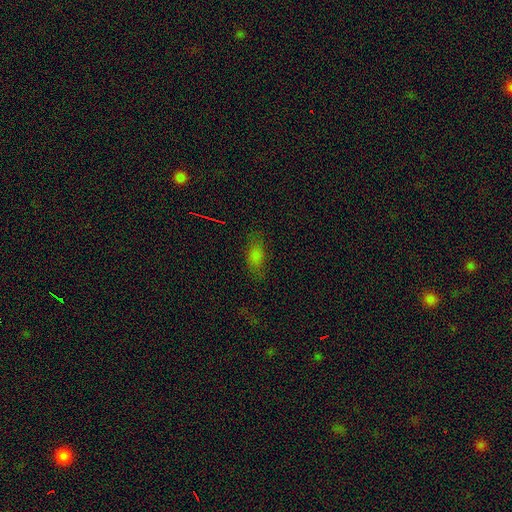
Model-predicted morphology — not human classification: Overall: smooth (71%). How rounded: in between (84%). Merging: none (72%).